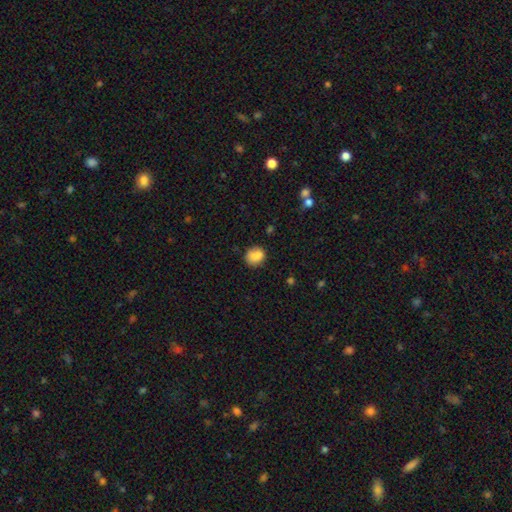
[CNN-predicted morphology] The model was most divided on "how rounded": round: 70%, in between: 29%, cigar-shaped: 1%. More confident: smooth or featured — smooth (83%); merging — none (70%).